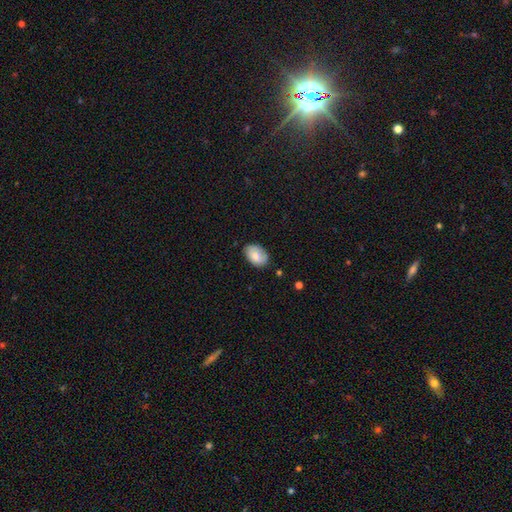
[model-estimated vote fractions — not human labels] Q: Smooth or featured?
A: smooth (79%); runner-up: featured or disk (14%)
Q: How rounded?
A: in between (87%); runner-up: round (12%)
Q: Merging?
A: none (72%); runner-up: minor disturbance (22%)